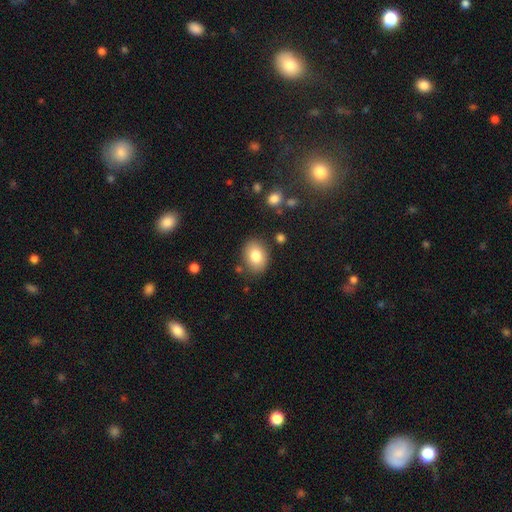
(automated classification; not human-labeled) This appears to be a smooth galaxy with no disk features (81%) that is in between round and cigar-shaped (67%). Merging: none (82%).